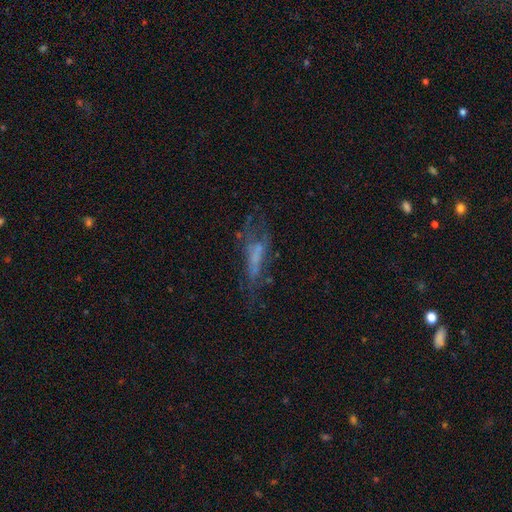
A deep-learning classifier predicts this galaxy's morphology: Smooth or featured?
  - featured or disk: 48% *
  - smooth: 35%
  - star or artifact: 17%
Merging?
  - none: 43% *
  - major disturbance: 31%
  - minor disturbance: 21%
  - merger: 5%